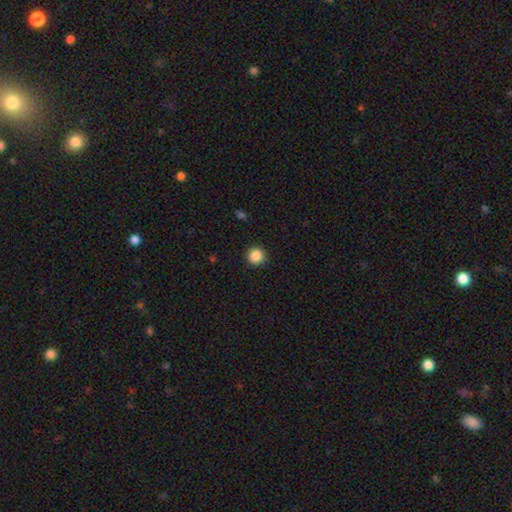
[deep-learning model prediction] A smooth galaxy with no disk features (87%) that is round (94%).

Vote fractions:
- Smooth or featured? smooth: 87% / star or artifact: 10% / featured or disk: 3%
- How rounded? round: 94% / in between: 5% / cigar-shaped: 1%
- Merging? none: 92% / minor disturbance: 5% / major disturbance: 2% / merger: 1%